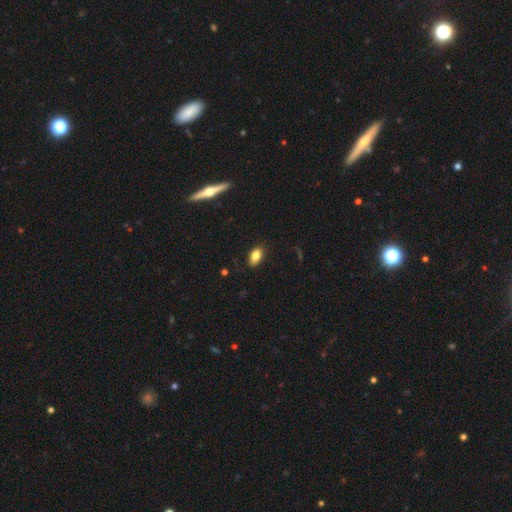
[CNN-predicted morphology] smooth-or-featured: smooth: 80% | featured or disk: 12% | star or artifact: 8%
  how-rounded: in between: 89% | round: 8% | cigar-shaped: 4%
  merging: none: 87% | minor disturbance: 10% | major disturbance: 2% | merger: 1%